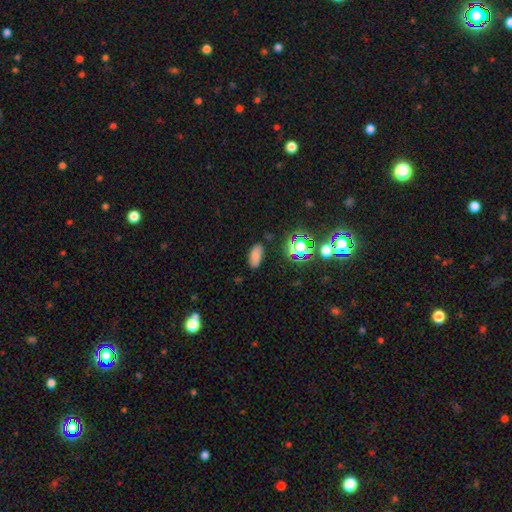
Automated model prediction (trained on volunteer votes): The model was most divided on "smooth or featured": smooth: 75%, star or artifact: 17%, featured or disk: 7%. More confident: how rounded — in between (87%); merging — none (83%).